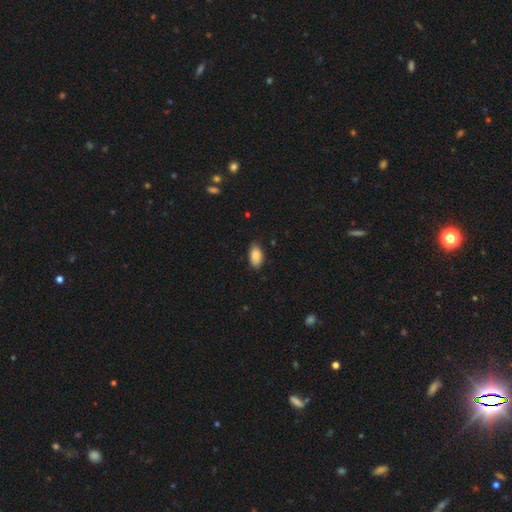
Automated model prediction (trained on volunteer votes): Smooth or featured?
  - smooth: 87% *
  - star or artifact: 7%
  - featured or disk: 6%
How rounded?
  - in between: 94% *
  - round: 4%
  - cigar-shaped: 3%
Merging?
  - none: 80% *
  - minor disturbance: 16%
  - major disturbance: 2%
  - merger: 1%